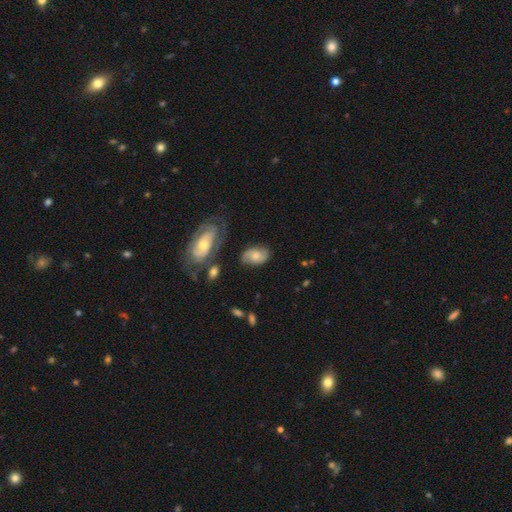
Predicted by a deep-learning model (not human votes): Smooth or featured?
  - featured or disk: 47% *
  - smooth: 45%
  - star or artifact: 8%
Merging?
  - none: 64% *
  - minor disturbance: 22%
  - major disturbance: 9%
  - merger: 5%